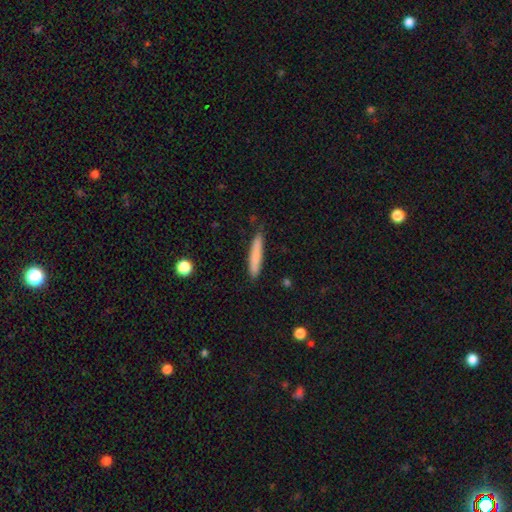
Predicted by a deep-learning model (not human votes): This is likely a smooth galaxy (77%). How rounded: clearly cigar-shaped (93%). Merging: clearly none (83%).